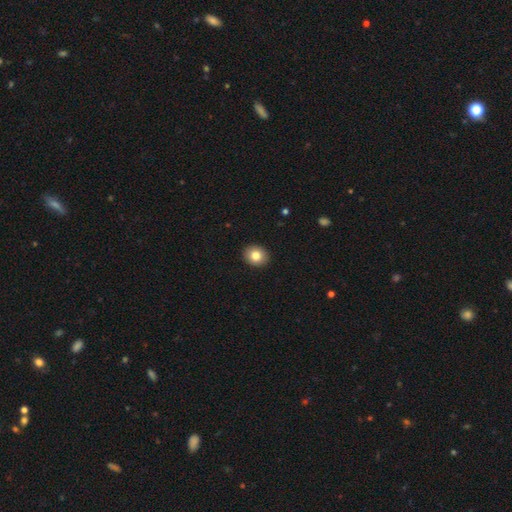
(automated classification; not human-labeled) This is clearly a smooth galaxy (82%). How rounded: likely round (64%). Merging: clearly none (92%).